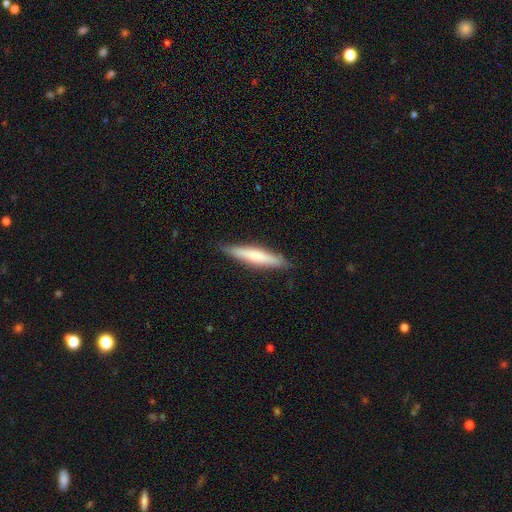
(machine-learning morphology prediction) Smooth or featured: smooth — 65% (featured or disk — 29%)
How rounded: cigar-shaped — 91% (in between — 8%)
Merging: none — 87% (minor disturbance — 10%)